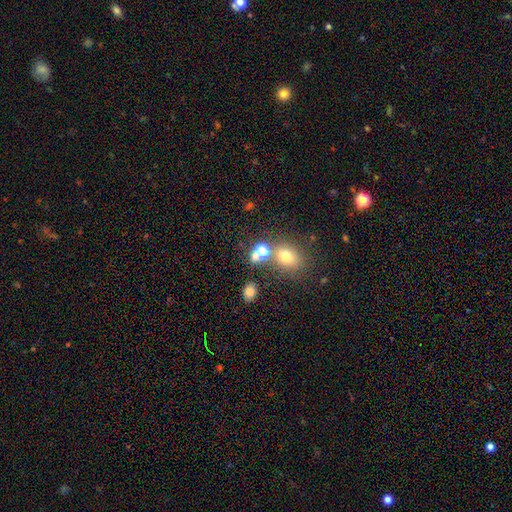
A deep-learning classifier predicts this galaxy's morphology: This is likely a smooth galaxy (64%). How rounded: likely round (65%). Merging: possibly none (54%).